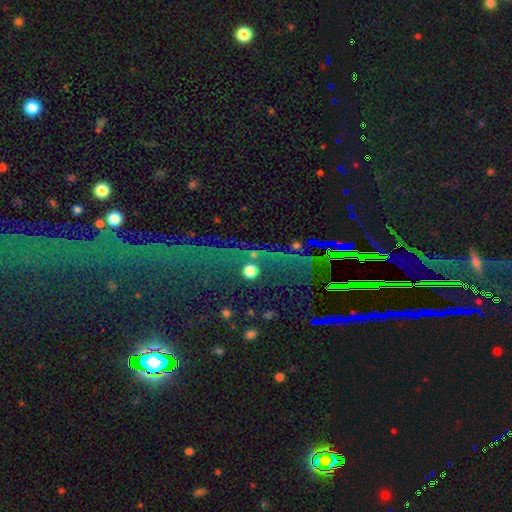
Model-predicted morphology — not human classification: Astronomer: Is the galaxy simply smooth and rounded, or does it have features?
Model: star or artifact — 83%.